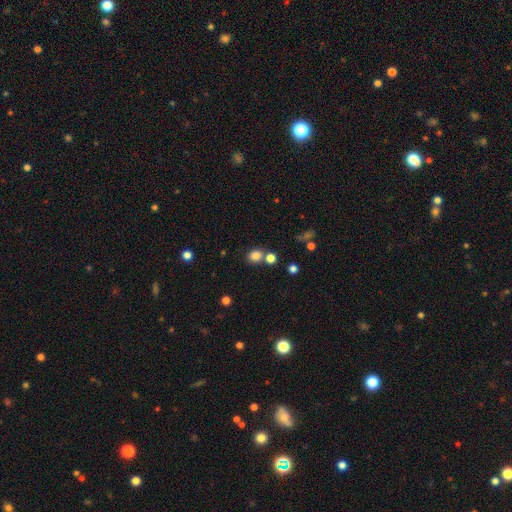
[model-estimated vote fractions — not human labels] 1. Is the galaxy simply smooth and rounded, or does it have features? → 80% smooth, 14% star or artifact, 6% featured or disk.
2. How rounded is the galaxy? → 70% round, 29% in between, 1% cigar-shaped.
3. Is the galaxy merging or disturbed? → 66% none, 20% merger, 10% minor disturbance, 4% major disturbance.